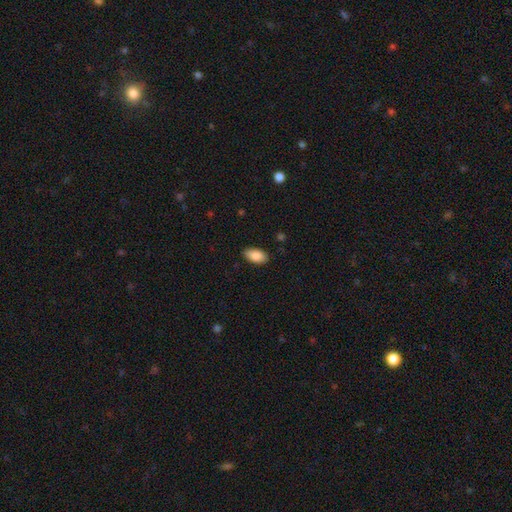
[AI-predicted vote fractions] A smooth galaxy with no disk features (88%) that is in between round and cigar-shaped (94%). Merging: none (87%).